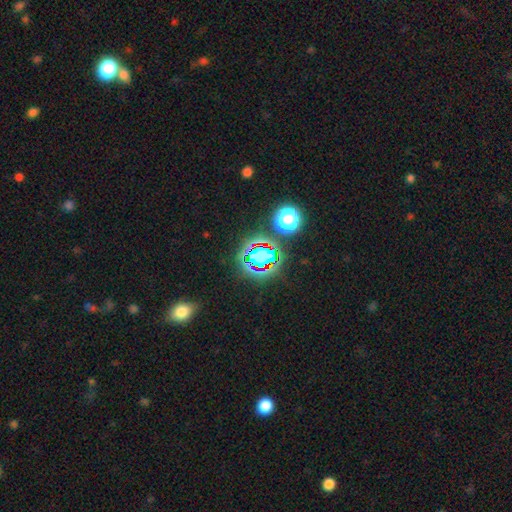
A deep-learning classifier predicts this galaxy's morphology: smooth-or-featured: star or artifact: 65% | smooth: 22% | featured or disk: 13%